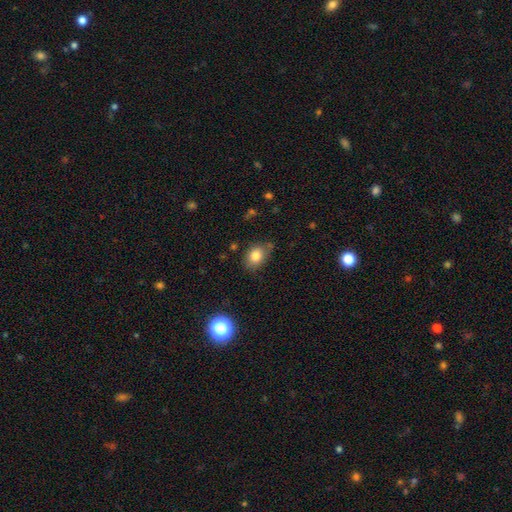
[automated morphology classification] smooth-or-featured: smooth: 82% | star or artifact: 10% | featured or disk: 8%
  how-rounded: in between: 65% | round: 33% | cigar-shaped: 1%
  merging: none: 69% | minor disturbance: 22% | major disturbance: 5% | merger: 4%